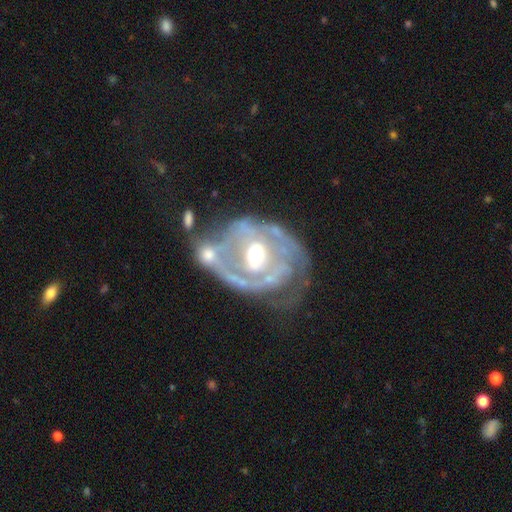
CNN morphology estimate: featured or disk 83%, smooth 11%, star or artifact 6%. Down the decision tree: edge-on disk — no (97%); bar — no (50%); spiral arms — yes (75%); spiral arm count — 2 (36%); spiral winding — tight (53%); bulge size — moderate (72%); merging — none (31%).